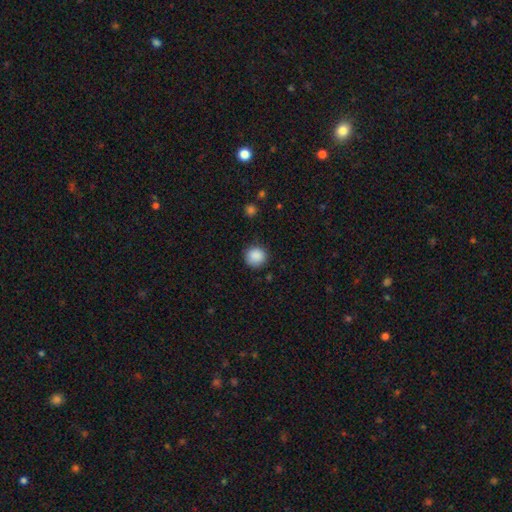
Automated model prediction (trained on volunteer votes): A smooth galaxy with no disk features (88%) that is round (93%). Merging: none (87%).